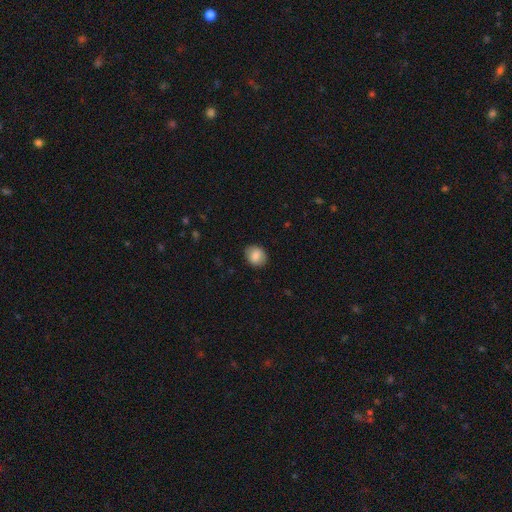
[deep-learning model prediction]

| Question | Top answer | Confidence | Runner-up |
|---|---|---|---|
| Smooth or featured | smooth | 85% | star or artifact (8%) |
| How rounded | round | 65% | in between (34%) |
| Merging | none | 87% | minor disturbance (10%) |